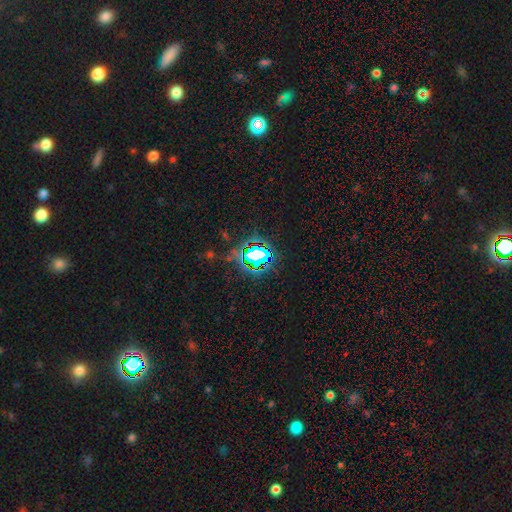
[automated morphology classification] Smooth or featured? star or artifact (71%)